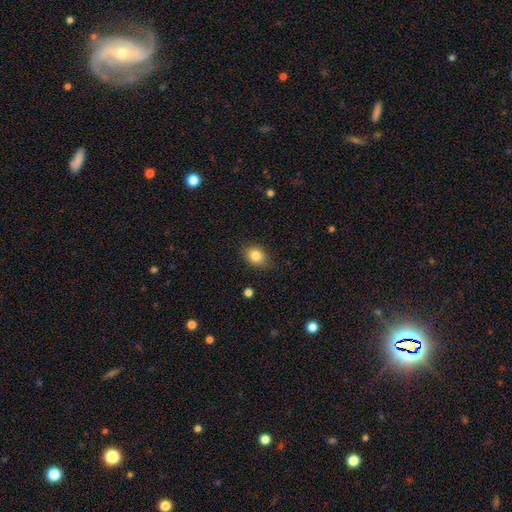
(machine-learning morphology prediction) smooth_or_featured: smooth (p=0.83) [alt: star or artifact p=0.09]
how_rounded: in between (p=0.59) [alt: round p=0.40]
merging: none (p=0.82) [alt: minor disturbance p=0.14]